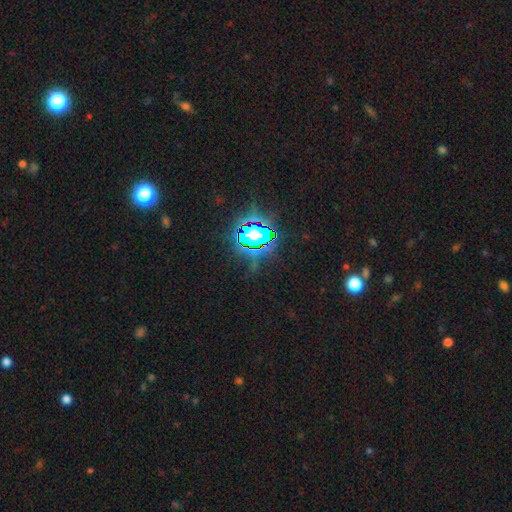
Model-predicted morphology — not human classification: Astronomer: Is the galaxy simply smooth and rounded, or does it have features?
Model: star or artifact — 82%.